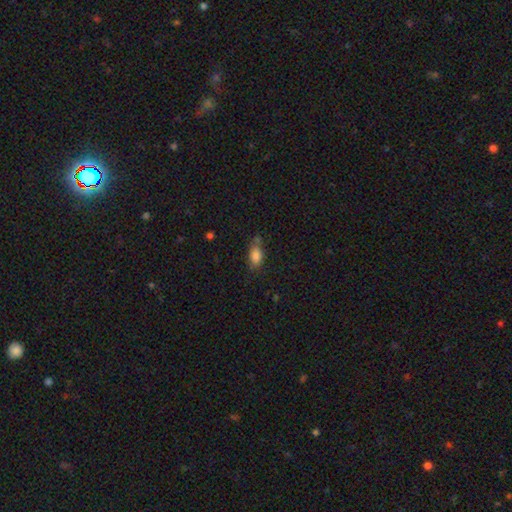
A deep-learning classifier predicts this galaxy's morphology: smooth_or_featured: smooth (p=0.82) [alt: featured or disk p=0.09]
how_rounded: in between (p=0.86) [alt: round p=0.08]
merging: none (p=0.56) [alt: minor disturbance p=0.26]